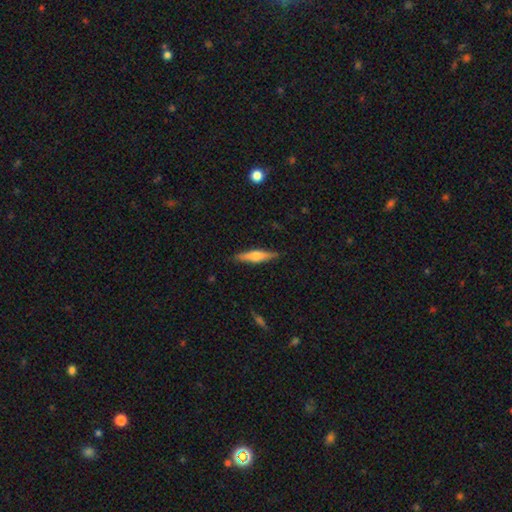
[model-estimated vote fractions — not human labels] The model was most divided on "smooth or featured": smooth: 48%, featured or disk: 46%, star or artifact: 6%. More confident: merging — none (88%).